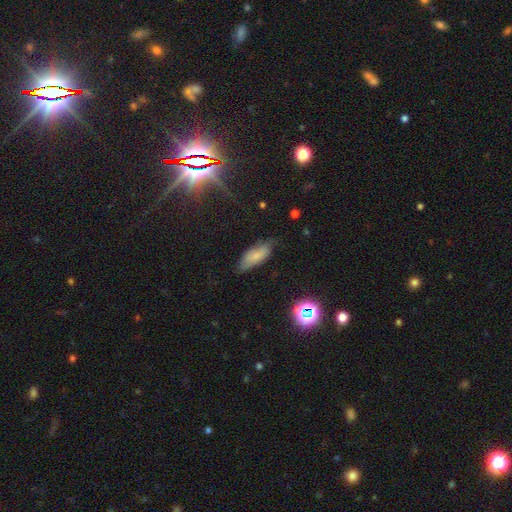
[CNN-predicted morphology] Smooth or featured: smooth — 74% (featured or disk — 16%)
How rounded: in between — 69% (cigar-shaped — 28%)
Merging: none — 65% (minor disturbance — 28%)